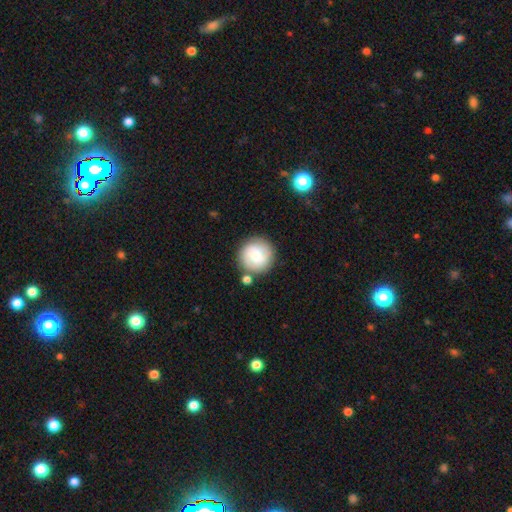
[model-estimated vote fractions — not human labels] This is likely a smooth galaxy (66%). How rounded: clearly round (94%). Merging: likely none (77%).